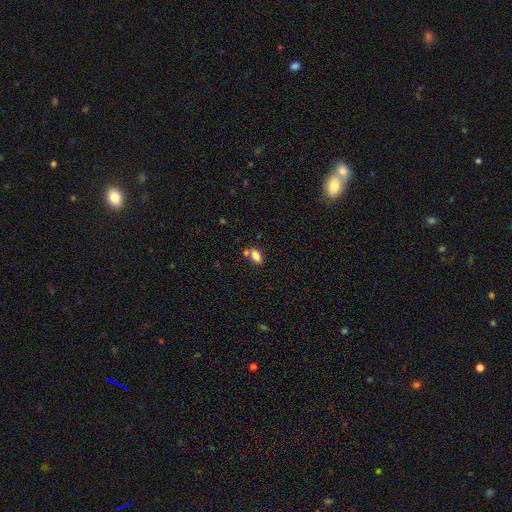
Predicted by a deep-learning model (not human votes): smooth-or-featured: smooth: 80% | star or artifact: 10% | featured or disk: 10%
  how-rounded: in between: 87% | round: 9% | cigar-shaped: 4%
  merging: none: 57% | merger: 24% | minor disturbance: 15% | major disturbance: 5%